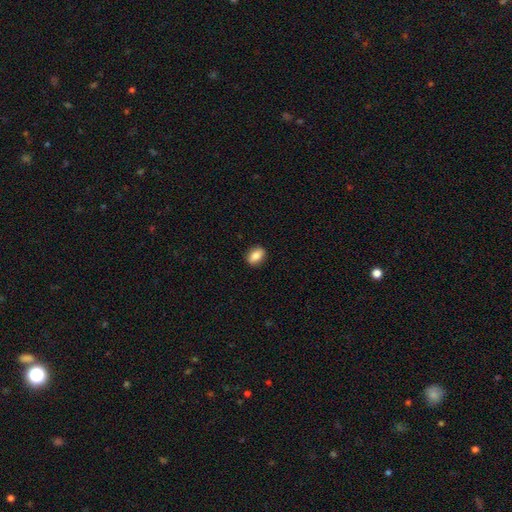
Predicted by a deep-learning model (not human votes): Smooth or featured? smooth (85%)
How rounded? in between (80%)
Merging? none (90%)